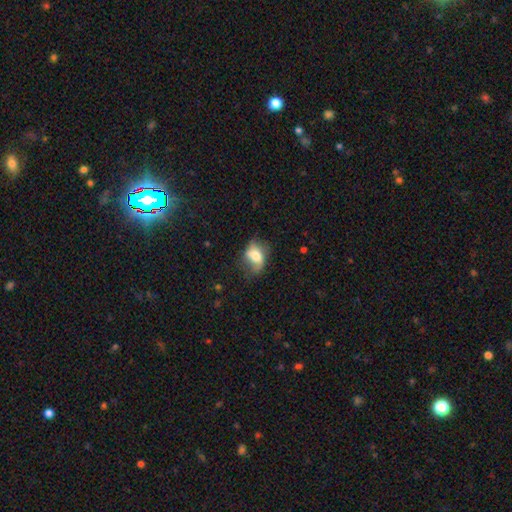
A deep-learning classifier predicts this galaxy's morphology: This is likely a smooth galaxy (61%). How rounded: likely in between (79%). Merging: possibly none (48%).